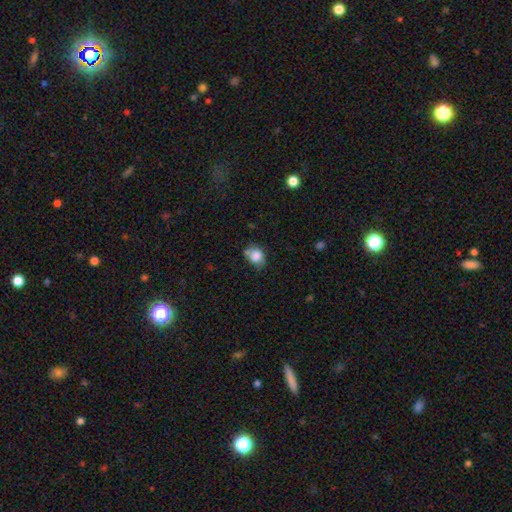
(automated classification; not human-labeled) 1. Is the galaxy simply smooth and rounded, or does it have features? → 82% smooth, 10% star or artifact, 8% featured or disk.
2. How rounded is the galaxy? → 51% round, 48% in between, 1% cigar-shaped.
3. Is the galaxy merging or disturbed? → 52% none, 30% minor disturbance, 10% merger, 8% major disturbance.